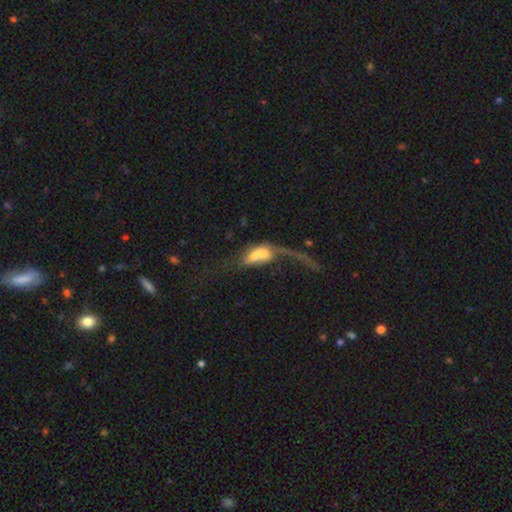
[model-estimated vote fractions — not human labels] A smooth galaxy with no disk features (46%).

Vote fractions:
- Smooth or featured? smooth: 46% / featured or disk: 42% / star or artifact: 11%
- Merging? major disturbance: 42% / merger: 38% / none: 12% / minor disturbance: 8%